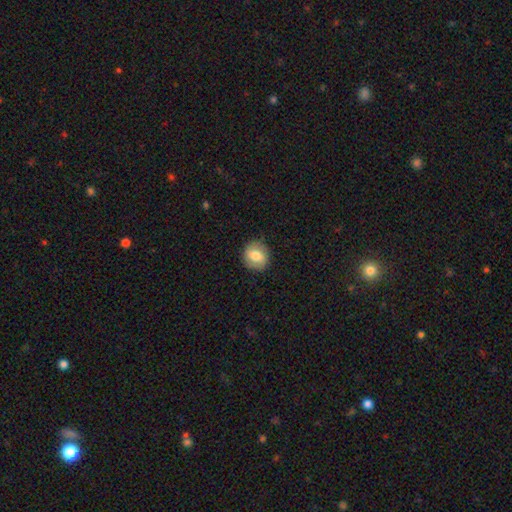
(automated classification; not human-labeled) Q: Smooth or featured?
A: smooth (74%); runner-up: featured or disk (19%)
Q: How rounded?
A: round (83%); runner-up: in between (16%)
Q: Merging?
A: none (86%); runner-up: minor disturbance (10%)